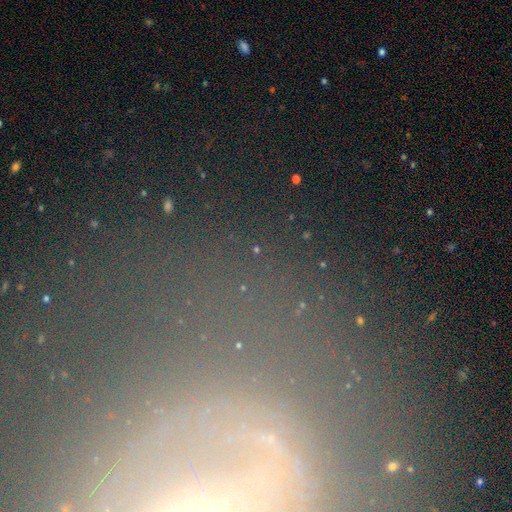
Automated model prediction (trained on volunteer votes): This is marginally a star or artifact rather than a galaxy (41%).